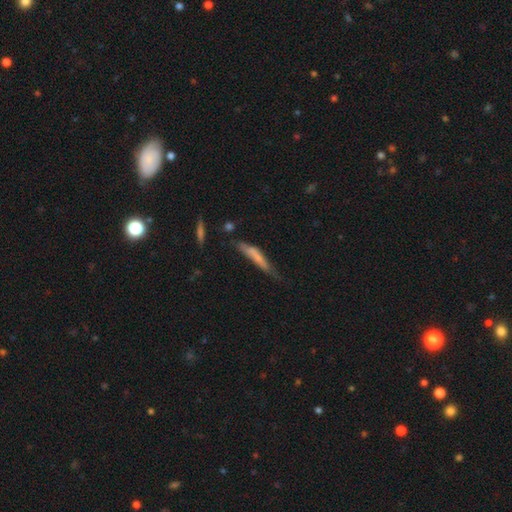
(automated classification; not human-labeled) A smooth galaxy with no disk features (61%) that is cigar-shaped (88%). Merging: none (39%).